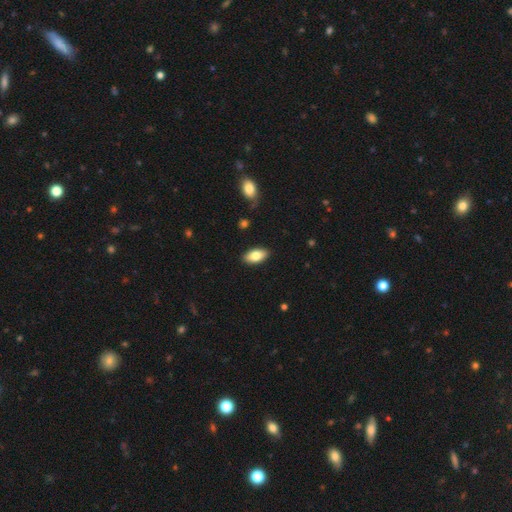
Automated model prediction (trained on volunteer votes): This appears to be a smooth galaxy with no disk features (79%) that is in between round and cigar-shaped (92%). Merging: none (88%).